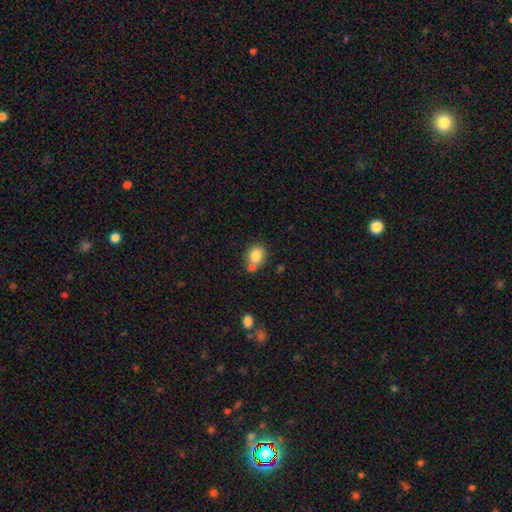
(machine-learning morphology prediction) Smooth or featured: smooth — 82% (star or artifact — 10%)
How rounded: round — 65% (in between — 34%)
Merging: none — 57% (merger — 27%)